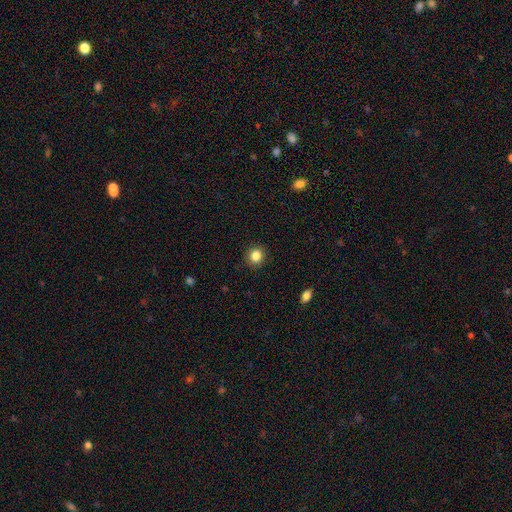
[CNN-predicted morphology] This is clearly a smooth galaxy (85%). How rounded: clearly round (82%). Merging: clearly none (90%).